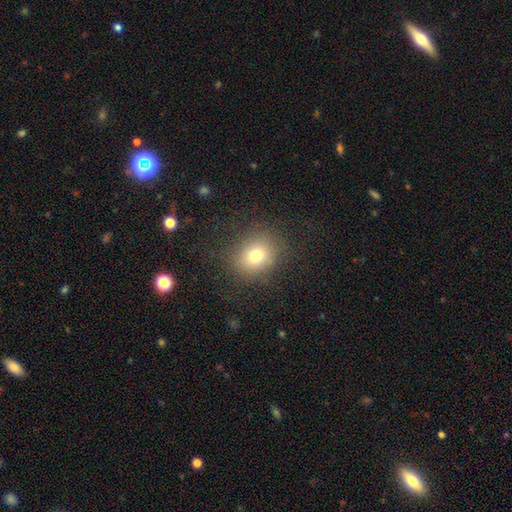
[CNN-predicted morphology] smooth-or-featured: smooth: 76% | star or artifact: 14% | featured or disk: 11%
  how-rounded: round: 68% | in between: 31% | cigar-shaped: 1%
  merging: none: 82% | minor disturbance: 11% | major disturbance: 6% | merger: 1%